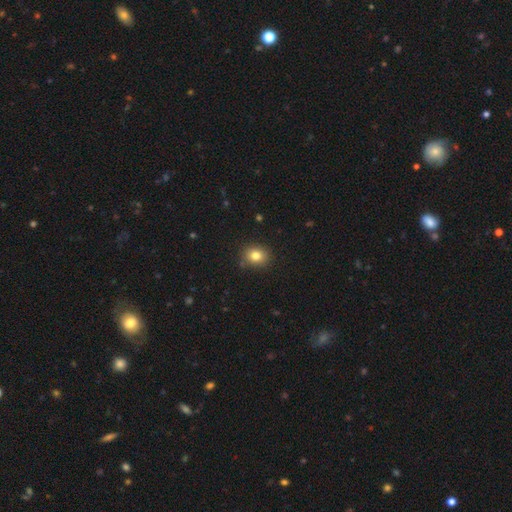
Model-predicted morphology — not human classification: smooth 81%, star or artifact 11%, featured or disk 7%. Down the decision tree: how rounded — round (62%); merging — none (86%).